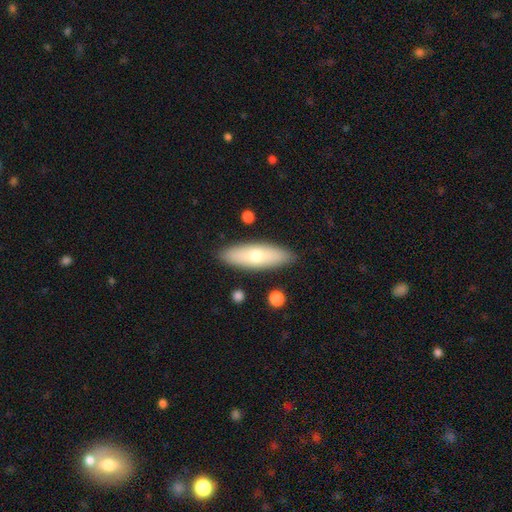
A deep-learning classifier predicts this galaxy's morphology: Smooth or featured?
  - smooth: 60% *
  - featured or disk: 32%
  - star or artifact: 8%
How rounded?
  - cigar-shaped: 50% *
  - in between: 48%
  - round: 3%
Merging?
  - none: 87% *
  - minor disturbance: 9%
  - merger: 2%
  - major disturbance: 2%